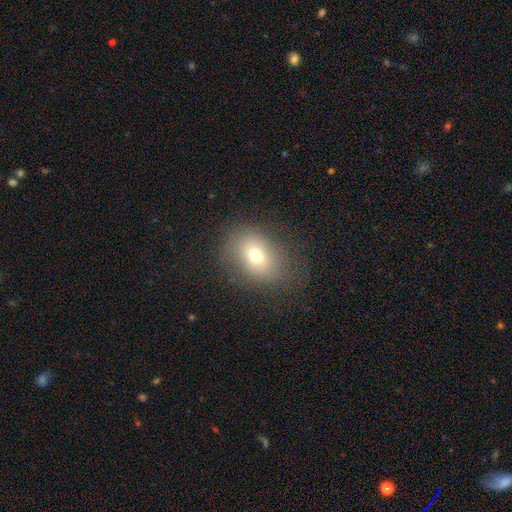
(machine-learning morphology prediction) This appears to be a smooth galaxy with no disk features (69%) that is in between round and cigar-shaped (57%). Merging: none (72%).